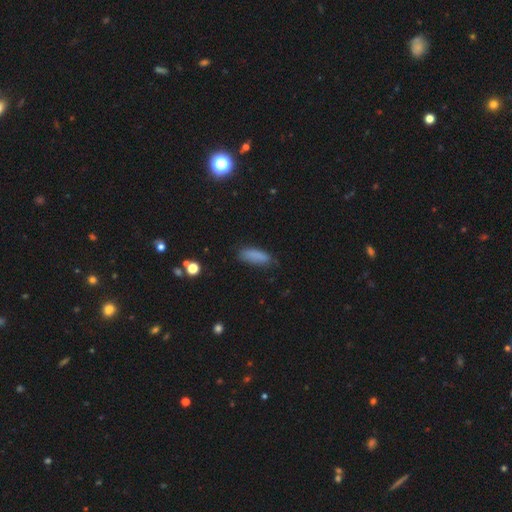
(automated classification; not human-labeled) smooth-or-featured: smooth: 84% | star or artifact: 9% | featured or disk: 7%
  how-rounded: in between: 56% | cigar-shaped: 42% | round: 2%
  merging: none: 72% | minor disturbance: 21% | major disturbance: 5% | merger: 2%